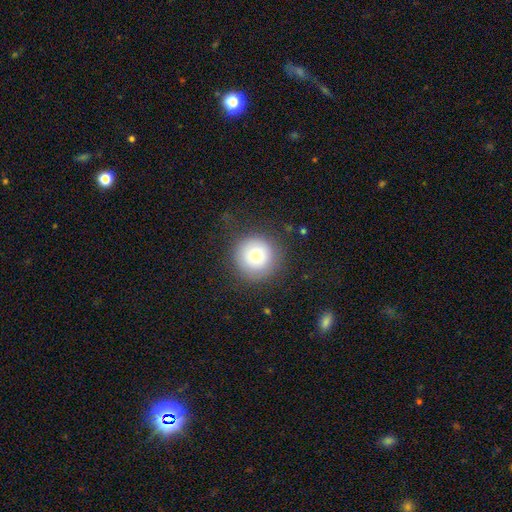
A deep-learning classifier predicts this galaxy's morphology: The model was most divided on "smooth or featured": smooth: 74%, featured or disk: 14%, star or artifact: 12%. More confident: how rounded — round (96%); merging — none (83%).